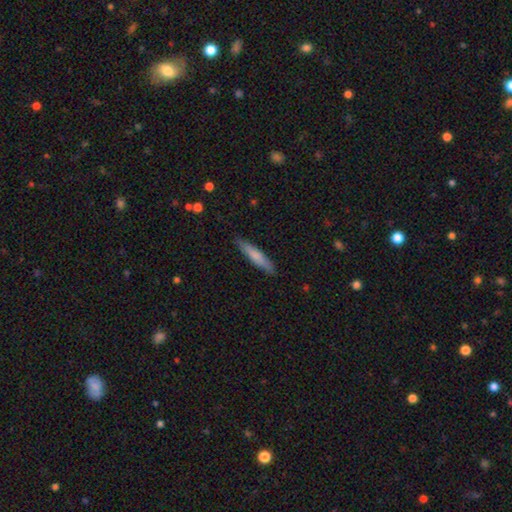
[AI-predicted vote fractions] Q: Smooth or featured?
A: smooth (73%); runner-up: featured or disk (22%)
Q: How rounded?
A: cigar-shaped (89%); runner-up: in between (9%)
Q: Merging?
A: none (88%); runner-up: minor disturbance (10%)